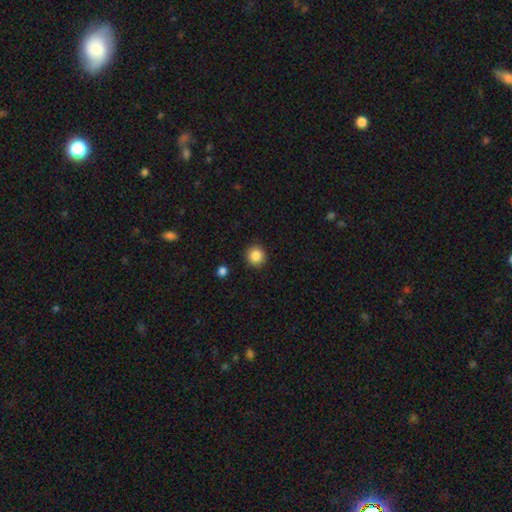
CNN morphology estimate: Overall: smooth (86%). How rounded: round (94%). Merging: none (91%).